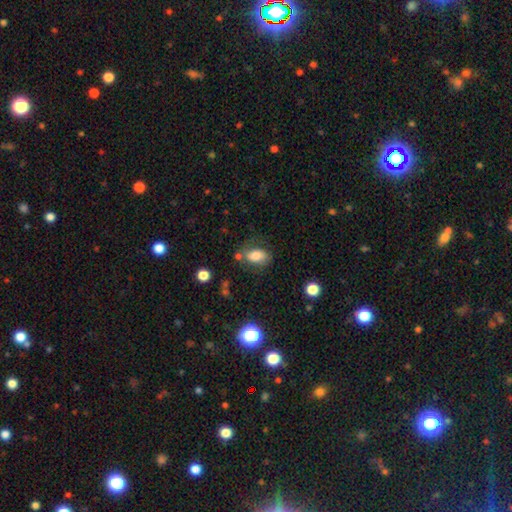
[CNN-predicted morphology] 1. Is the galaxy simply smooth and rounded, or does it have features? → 76% smooth, 15% featured or disk, 9% star or artifact.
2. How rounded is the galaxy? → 85% in between, 13% round, 2% cigar-shaped.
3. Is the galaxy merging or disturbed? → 61% none, 20% minor disturbance, 10% merger, 8% major disturbance.